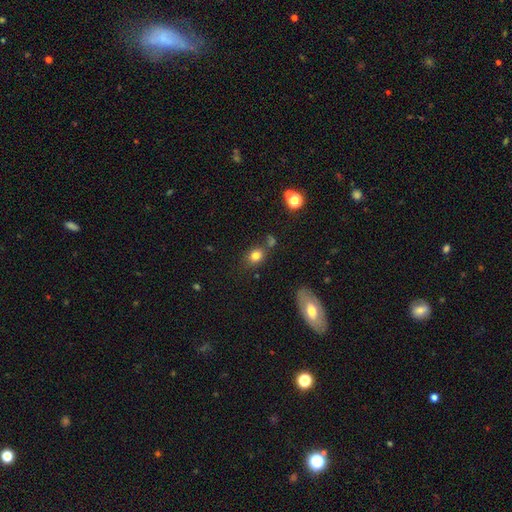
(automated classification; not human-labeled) The model was most divided on "how rounded": in between: 50%, round: 49%, cigar-shaped: 1%. More confident: smooth or featured — smooth (80%); merging — none (71%).